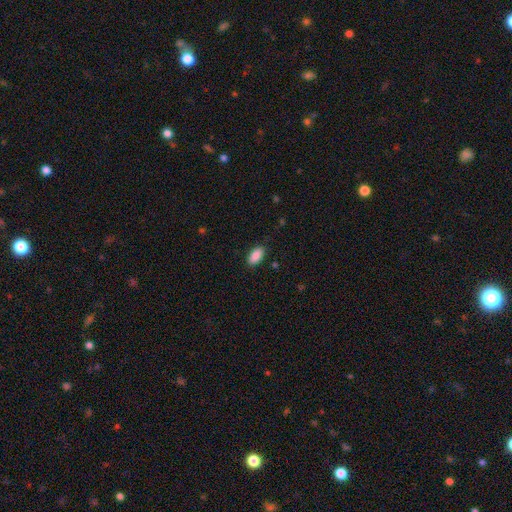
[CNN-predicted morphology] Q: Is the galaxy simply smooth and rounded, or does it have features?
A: smooth — 89%.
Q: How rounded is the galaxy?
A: in between — 92%.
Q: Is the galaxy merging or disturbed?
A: none — 87%.